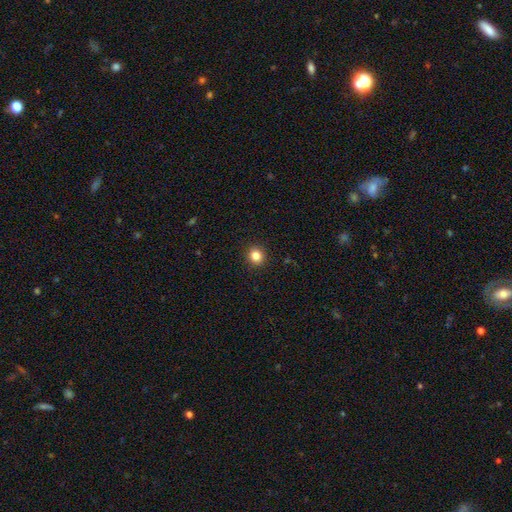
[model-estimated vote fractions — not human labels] Q: Smooth or featured?
A: smooth (84%); runner-up: star or artifact (11%)
Q: How rounded?
A: round (88%); runner-up: in between (12%)
Q: Merging?
A: none (92%); runner-up: minor disturbance (5%)